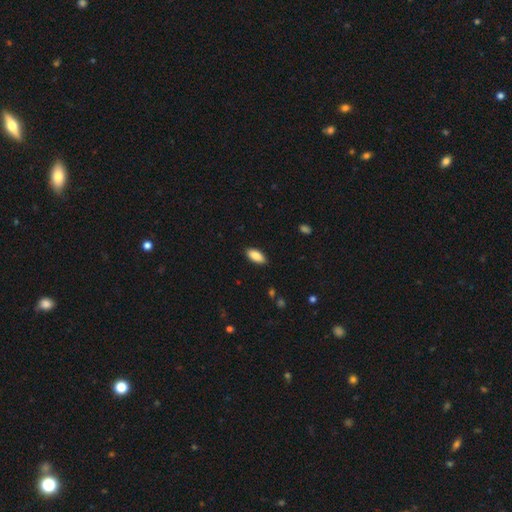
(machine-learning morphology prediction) smooth-or-featured: smooth: 87% | featured or disk: 7% | star or artifact: 6%
  how-rounded: in between: 88% | cigar-shaped: 10% | round: 2%
  merging: none: 88% | minor disturbance: 9% | major disturbance: 2% | merger: 1%